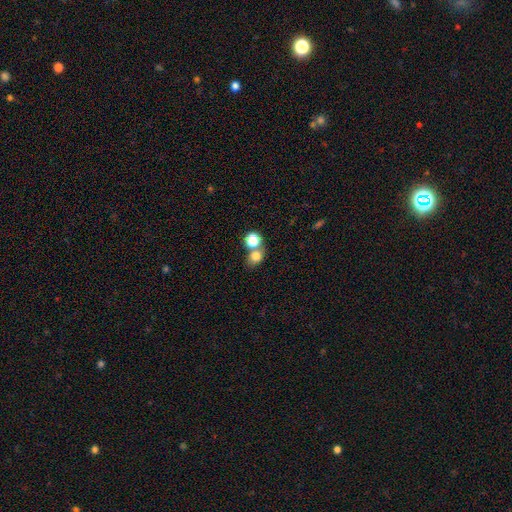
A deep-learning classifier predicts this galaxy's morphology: type=smooth (77%); roundness=round (65%); merging=none (48%).